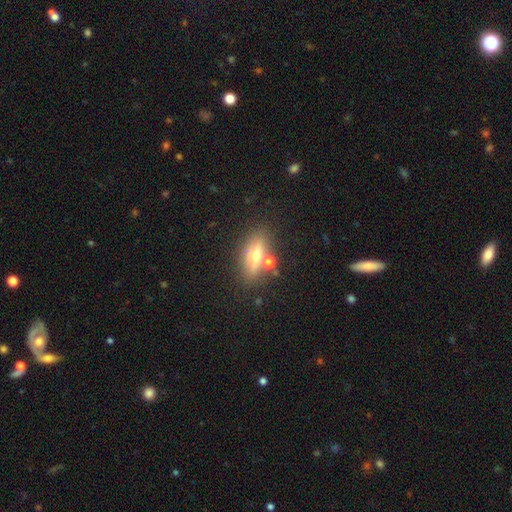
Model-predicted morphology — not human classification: This appears to be a featured or disk galaxy (49%). Merging: none (76%).